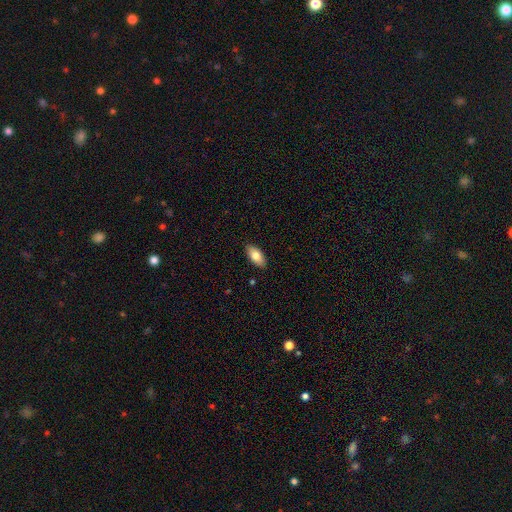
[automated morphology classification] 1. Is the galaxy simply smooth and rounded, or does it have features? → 79% smooth, 15% featured or disk, 7% star or artifact.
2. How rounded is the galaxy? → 92% in between, 5% cigar-shaped, 3% round.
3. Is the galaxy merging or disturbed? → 89% none, 8% minor disturbance, 2% major disturbance, 1% merger.